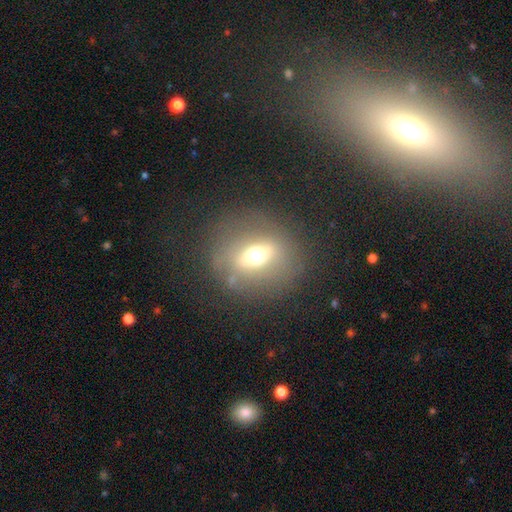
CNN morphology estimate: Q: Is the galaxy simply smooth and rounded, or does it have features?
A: featured or disk — 44%.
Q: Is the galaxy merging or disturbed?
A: none — 76%.